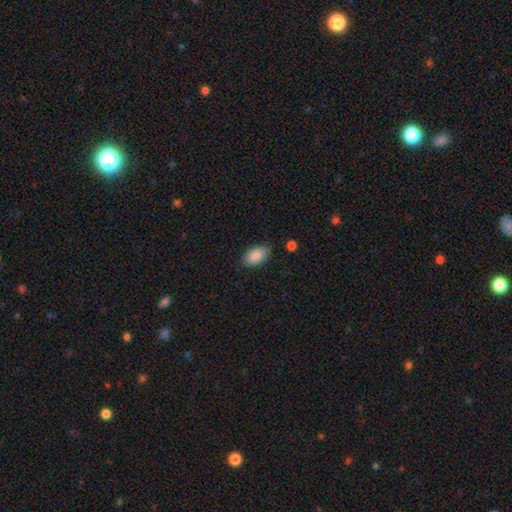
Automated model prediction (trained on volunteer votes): Smooth or featured?
  - smooth: 88% *
  - star or artifact: 7%
  - featured or disk: 6%
How rounded?
  - in between: 93% *
  - round: 5%
  - cigar-shaped: 2%
Merging?
  - none: 80% *
  - minor disturbance: 15%
  - major disturbance: 3%
  - merger: 2%